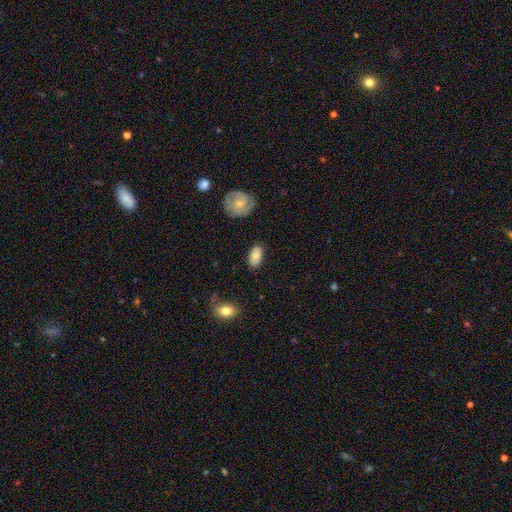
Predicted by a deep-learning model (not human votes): Overall: smooth (75%). How rounded: in between (92%). Merging: none (81%).